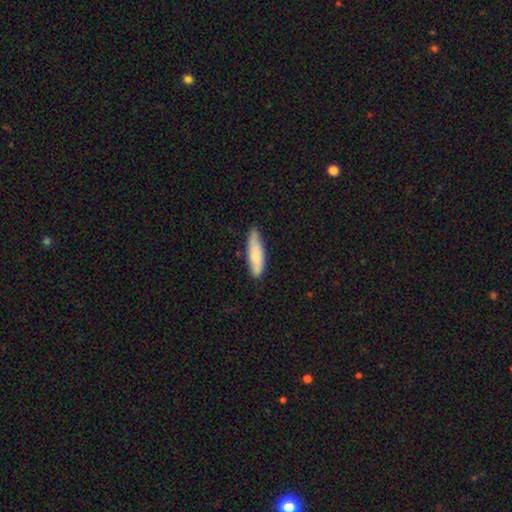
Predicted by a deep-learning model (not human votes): Overall: smooth (76%). How rounded: cigar-shaped (68%; in between 31%). Merging: none (72%).